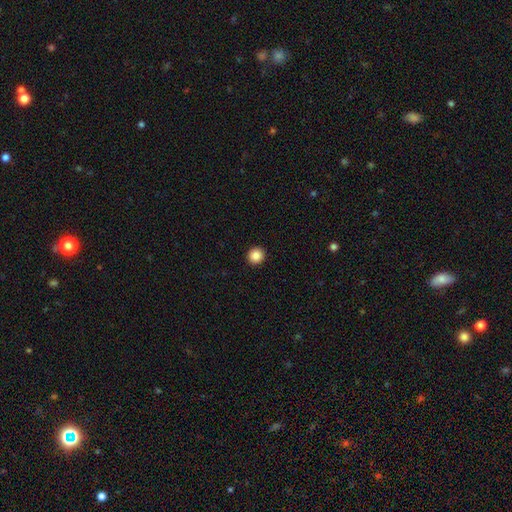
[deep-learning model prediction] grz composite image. It shows a smooth galaxy with no disk features (87%) that is round (94%). Merging: none (94%).